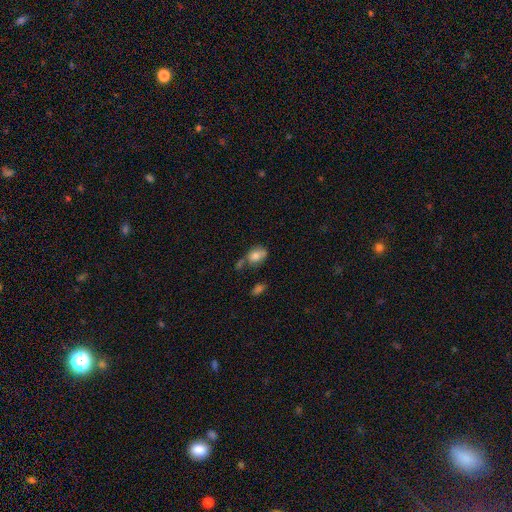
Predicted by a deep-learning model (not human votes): This appears to be a smooth galaxy with no disk features (78%) that is in between round and cigar-shaped (80%). Merging: none (47%).